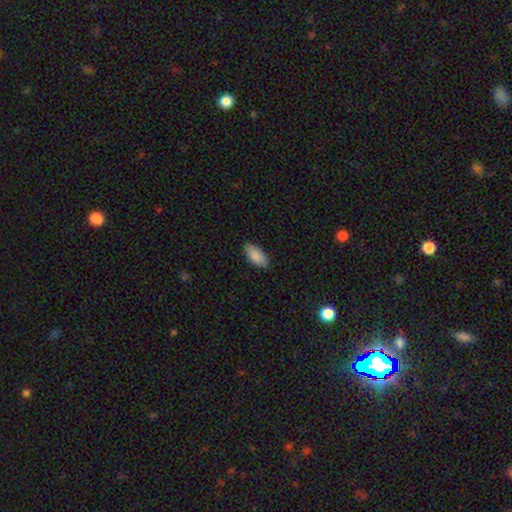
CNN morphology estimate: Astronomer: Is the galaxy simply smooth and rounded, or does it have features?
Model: smooth — 89%.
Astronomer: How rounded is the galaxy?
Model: in between — 90%.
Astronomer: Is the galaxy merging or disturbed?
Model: none — 85%.